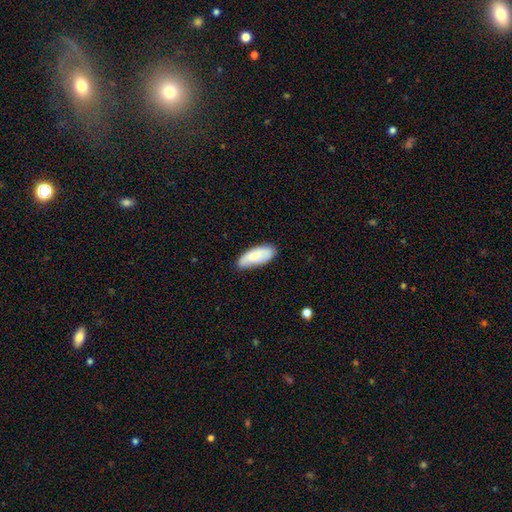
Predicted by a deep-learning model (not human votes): This is clearly a smooth galaxy (83%). How rounded: clearly in between (82%). Merging: likely none (76%).